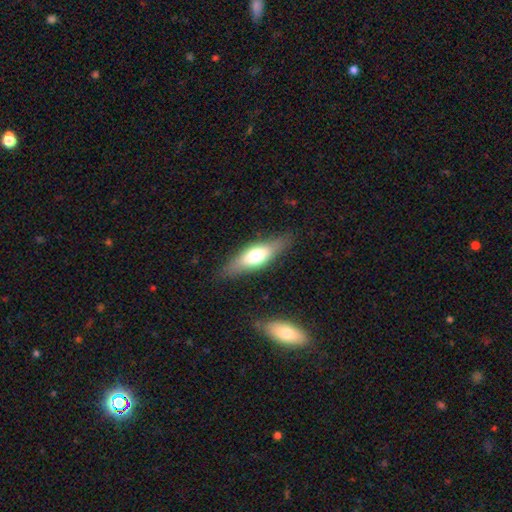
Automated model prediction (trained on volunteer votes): smooth 56%, featured or disk 37%, star or artifact 7%. Down the decision tree: how rounded — in between (55%); merging — none (83%).